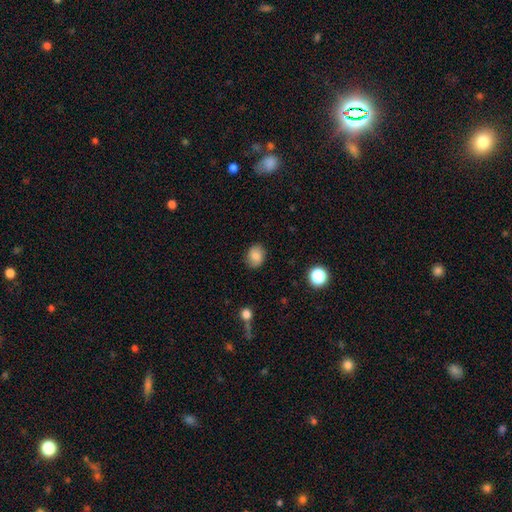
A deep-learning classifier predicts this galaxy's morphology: smooth-or-featured: smooth: 82% | star or artifact: 9% | featured or disk: 9%
  how-rounded: in between: 56% | round: 43% | cigar-shaped: 1%
  merging: none: 84% | minor disturbance: 12% | major disturbance: 3% | merger: 1%